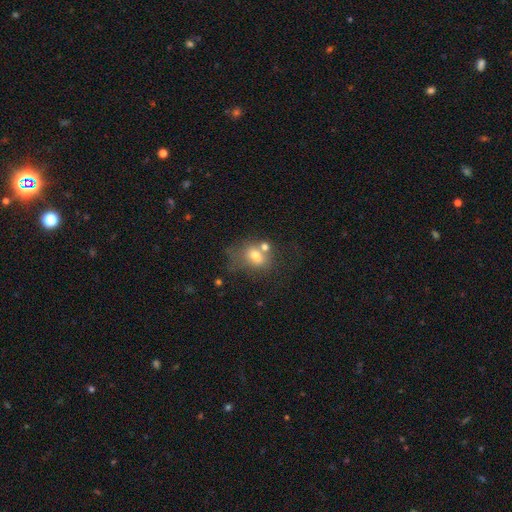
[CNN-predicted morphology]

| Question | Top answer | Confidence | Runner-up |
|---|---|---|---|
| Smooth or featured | smooth | 67% | featured or disk (21%) |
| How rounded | in between | 53% | round (45%) |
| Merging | merger | 37% | none (34%) |